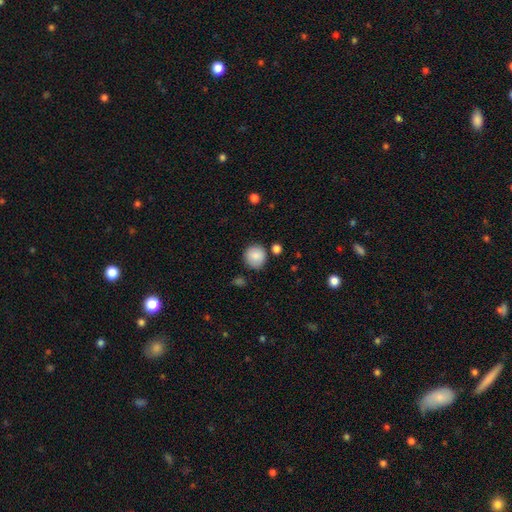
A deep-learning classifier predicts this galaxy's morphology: A smooth galaxy with no disk features (85%) that is round (90%).

Vote fractions:
- Smooth or featured? smooth: 85% / star or artifact: 8% / featured or disk: 7%
- How rounded? round: 90% / in between: 9% / cigar-shaped: 1%
- Merging? none: 80% / minor disturbance: 12% / merger: 4% / major disturbance: 3%